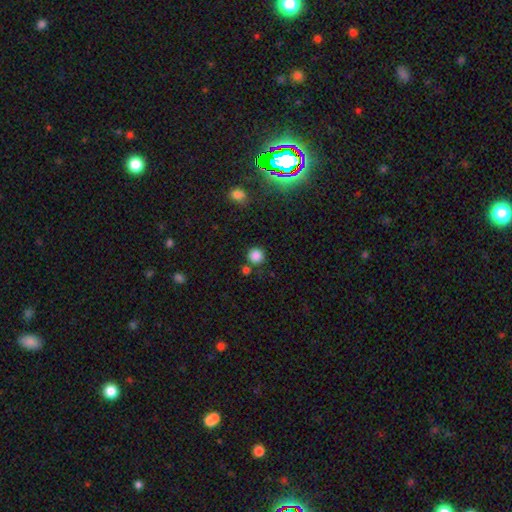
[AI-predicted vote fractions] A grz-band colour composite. It shows a smooth galaxy with no disk features (85%) that is round (94%). Merging: none (80%).